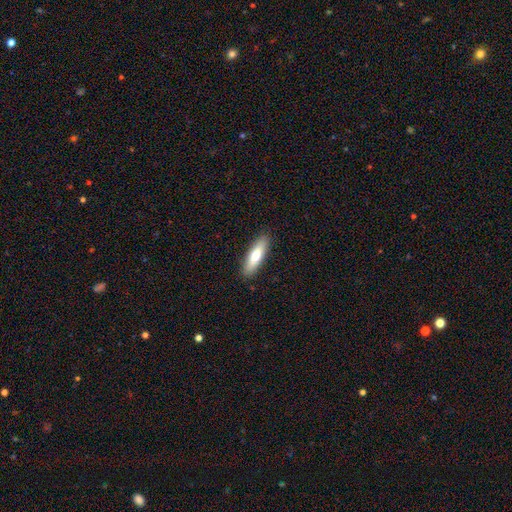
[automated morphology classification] Smooth or featured? smooth (69%)
How rounded? cigar-shaped (62%)
Merging? none (90%)